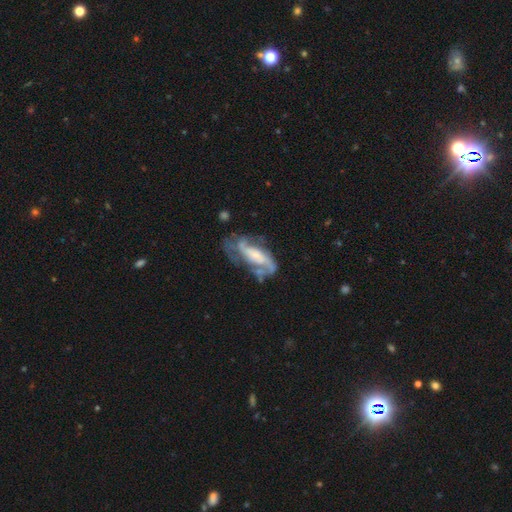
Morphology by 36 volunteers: type=featured or disk (81%); edge-on=no (100%); bar=weak (38%); spiral arms=yes (97%); winding=medium (54%); arm count=2 (86%); bulge=small (34%); merging=none (41%).